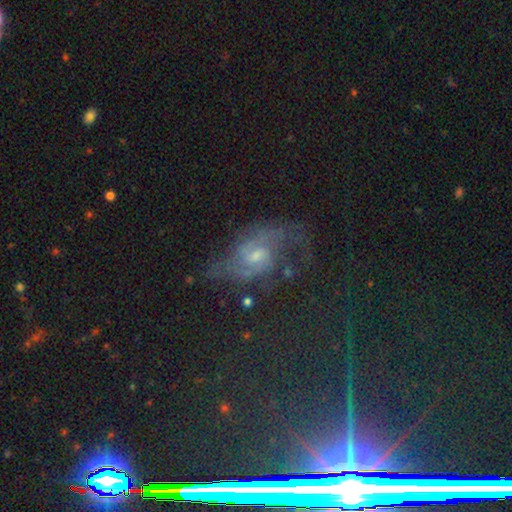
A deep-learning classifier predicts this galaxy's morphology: Smooth or featured?
  - featured or disk: 67% *
  - star or artifact: 20%
  - smooth: 13%
Edge-on disk?
  - no: 95% *
  - yes: 5%
Bar?
  - no: 49% *
  - weak: 42%
  - strong: 9%
Spiral arms?
  - yes: 90% *
  - no: 10%
Spiral winding?
  - medium: 44% *
  - loose: 37%
  - tight: 18%
Spiral arm count?
  - 2: 75% *
  - can't tell: 12%
  - 1: 5%
  - 3: 4%
  - 4: 2%
  - more than 4: 2%
Bulge size?
  - small: 50% *
  - moderate: 41%
  - none: 4%
  - large: 3%
  - dominant: 1%
Merging?
  - none: 59% *
  - minor disturbance: 21%
  - major disturbance: 17%
  - merger: 3%